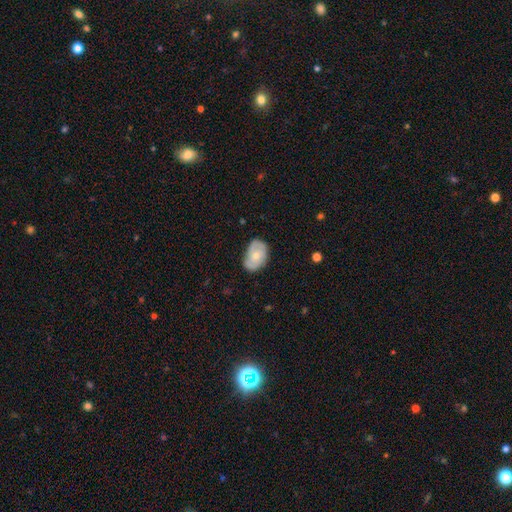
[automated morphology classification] Smooth or featured? Predicted: featured or disk (p=0.56). Edge-on disk? Predicted: no (p=0.96). Bar? Predicted: no (p=0.75). Spiral arms? Predicted: yes (p=0.81). Bulge size? Predicted: small (p=0.51). Merging? Predicted: none (p=0.68).